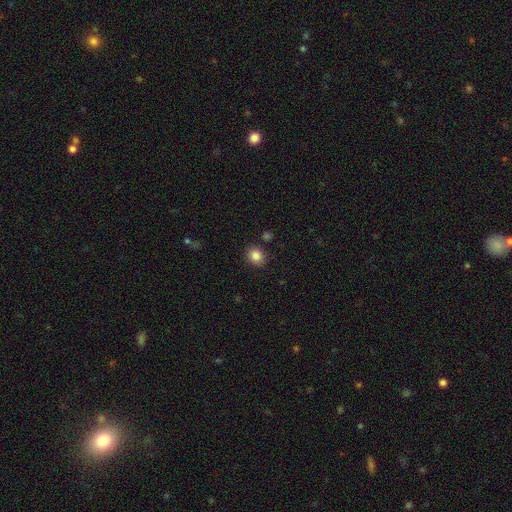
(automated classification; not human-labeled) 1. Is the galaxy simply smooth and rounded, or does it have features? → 85% smooth, 10% star or artifact, 5% featured or disk.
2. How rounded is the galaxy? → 70% round, 29% in between, 1% cigar-shaped.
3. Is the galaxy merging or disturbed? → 87% none, 8% minor disturbance, 3% merger, 2% major disturbance.